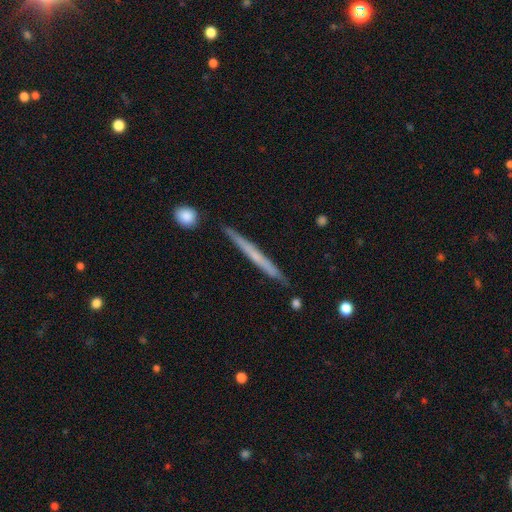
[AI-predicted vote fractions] Morphology: type=featured or disk (51%); edge-on=yes (97%); merging=none (88%).